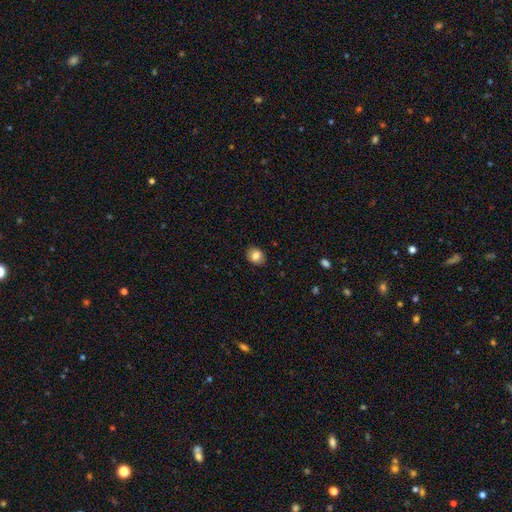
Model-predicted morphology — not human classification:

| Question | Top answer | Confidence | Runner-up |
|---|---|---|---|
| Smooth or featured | smooth | 83% | star or artifact (9%) |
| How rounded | round | 56% | in between (43%) |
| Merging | none | 88% | minor disturbance (9%) |